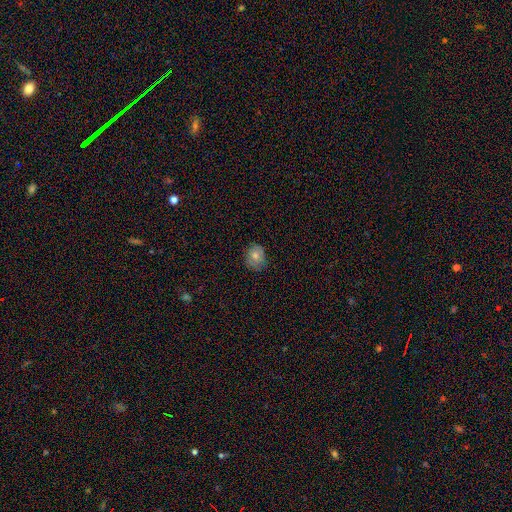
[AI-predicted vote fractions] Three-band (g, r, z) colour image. It shows a smooth galaxy with no disk features (72%) that is round (66%). Merging: none (75%).